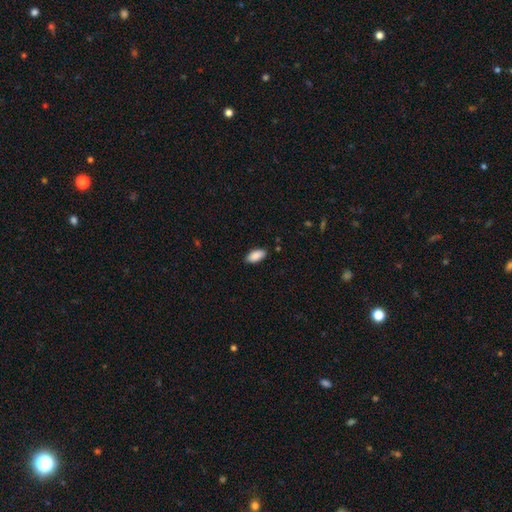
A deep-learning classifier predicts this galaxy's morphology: type=smooth (90%); roundness=in between (91%); merging=none (86%).